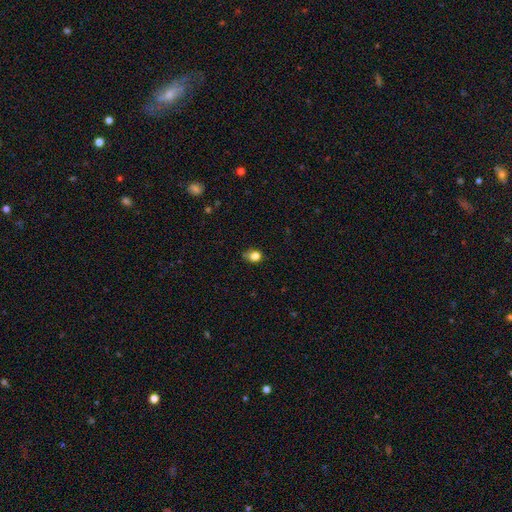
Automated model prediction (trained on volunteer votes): Smooth or featured: smooth — 81% (star or artifact — 12%)
How rounded: in between — 53% (round — 46%)
Merging: none — 51% (minor disturbance — 36%)